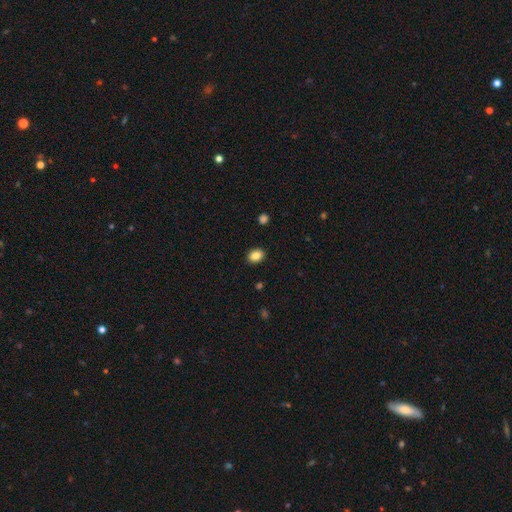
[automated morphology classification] Smooth or featured?
  - smooth: 86% *
  - star or artifact: 9%
  - featured or disk: 5%
How rounded?
  - in between: 69% *
  - round: 30%
  - cigar-shaped: 1%
Merging?
  - none: 89% *
  - minor disturbance: 8%
  - major disturbance: 2%
  - merger: 1%